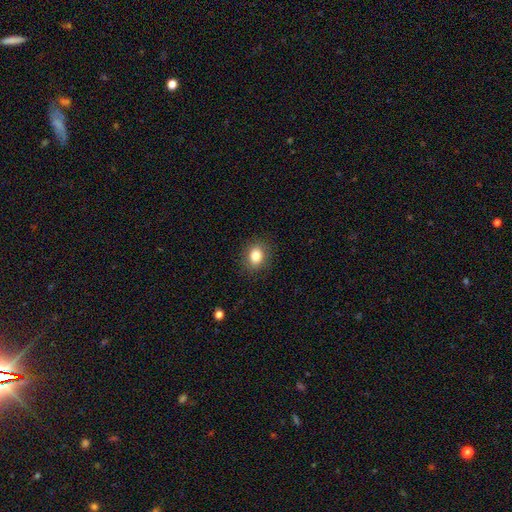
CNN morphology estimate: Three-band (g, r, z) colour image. It shows a smooth galaxy with no disk features (83%) that is round (51%). Merging: none (88%).